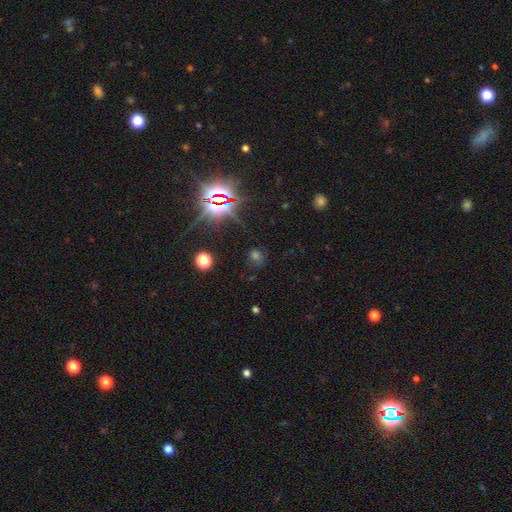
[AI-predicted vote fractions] smooth-or-featured: star or artifact: 52% | smooth: 39% | featured or disk: 9%